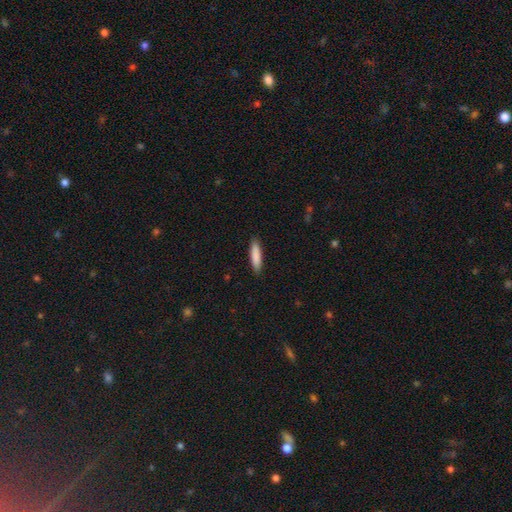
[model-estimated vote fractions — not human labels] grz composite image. It shows a smooth galaxy with no disk features (87%) that is cigar-shaped (79%). Merging: none (90%).